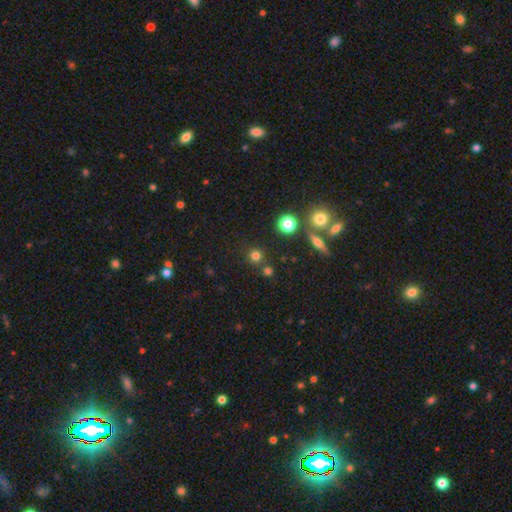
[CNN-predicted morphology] Smooth or featured? smooth (74%)
How rounded? round (93%)
Merging? none (81%)